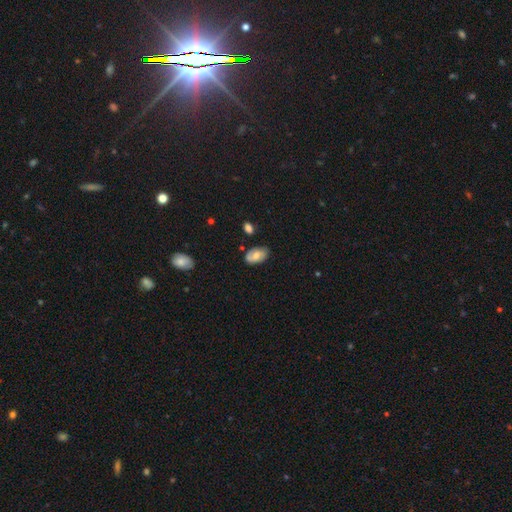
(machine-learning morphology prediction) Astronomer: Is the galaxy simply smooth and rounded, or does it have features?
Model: smooth — 56% (runner-up: featured or disk, 37%).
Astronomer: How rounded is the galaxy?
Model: in between — 92%.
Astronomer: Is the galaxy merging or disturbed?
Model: none — 74%.